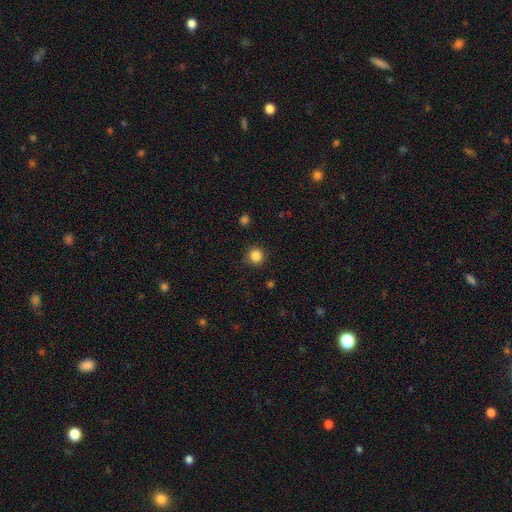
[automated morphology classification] Smooth or featured: smooth — 85% (star or artifact — 11%)
How rounded: round — 94% (in between — 5%)
Merging: none — 90% (minor disturbance — 6%)